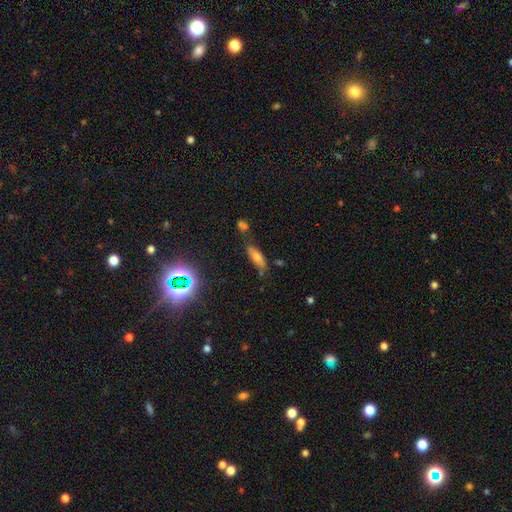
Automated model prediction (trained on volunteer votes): smooth_or_featured: smooth (p=0.61) [alt: featured or disk p=0.25]
how_rounded: in between (p=0.59) [alt: cigar-shaped p=0.37]
merging: none (p=0.64) [alt: minor disturbance p=0.20]